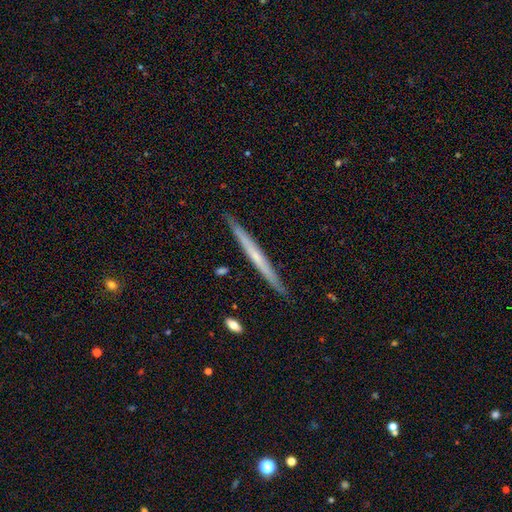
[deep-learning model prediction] smooth_or_featured: featured or disk (p=0.57) [alt: smooth p=0.37]
disk_edge_on: yes (p=0.97) [alt: no p=0.03]
edge_on_bulge: none (p=0.79) [alt: rounded p=0.18]
merging: none (p=0.90) [alt: minor disturbance p=0.07]